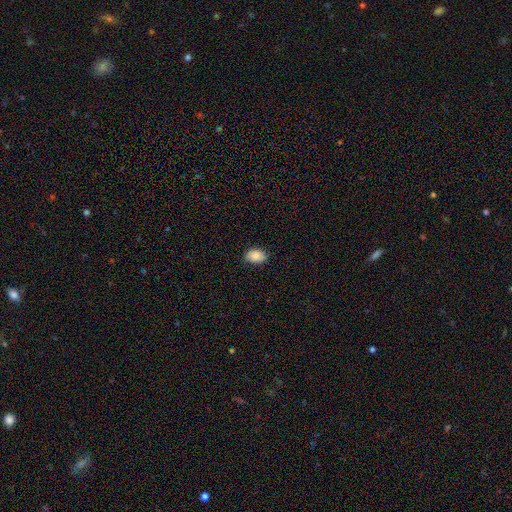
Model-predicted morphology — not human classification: Smooth or featured: smooth — 86% (star or artifact — 7%)
How rounded: in between — 84% (round — 15%)
Merging: none — 84% (minor disturbance — 13%)